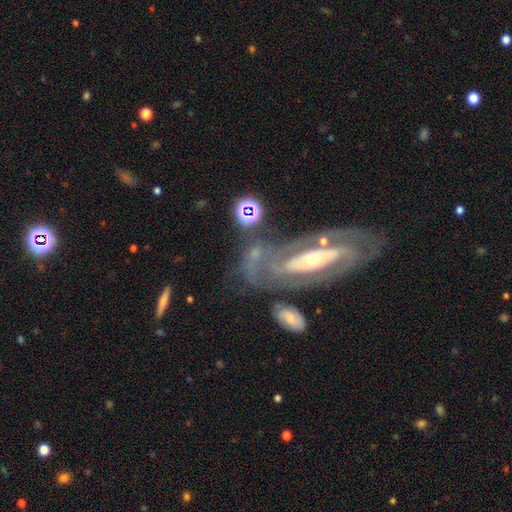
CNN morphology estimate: Smooth or featured? featured or disk (75%)
Edge-on disk? no (88%)
Bar? no (49%)
Spiral arms? yes (79%)
Spiral winding? tight (45%)
Spiral arm count? 2 (62%)
Bulge size? small (47%)
Merging? none (52%)